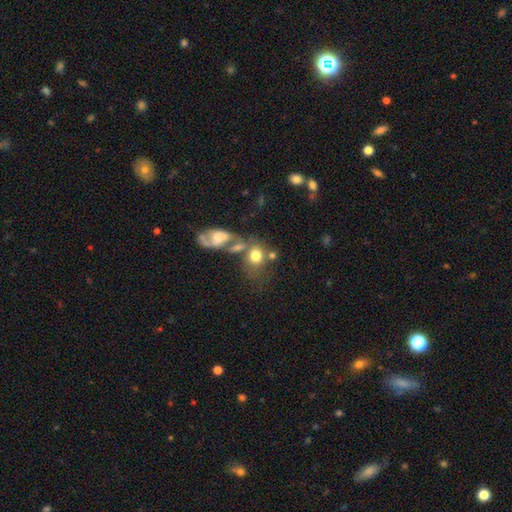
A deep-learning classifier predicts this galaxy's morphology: Smooth or featured?
  - smooth: 70% *
  - featured or disk: 20%
  - star or artifact: 10%
How rounded?
  - round: 51% *
  - in between: 48%
  - cigar-shaped: 2%
Merging?
  - merger: 40% *
  - none: 35%
  - minor disturbance: 14%
  - major disturbance: 11%